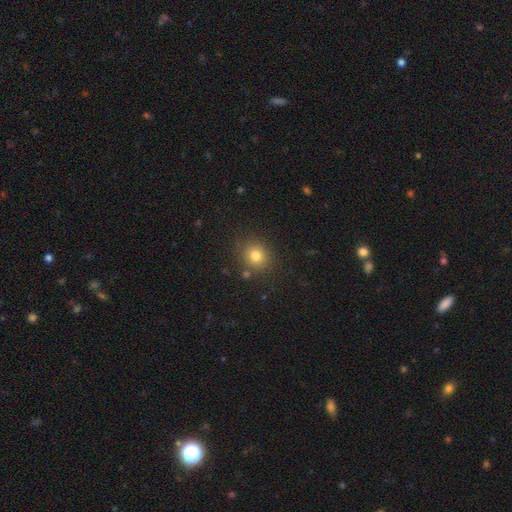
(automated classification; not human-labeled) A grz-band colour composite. It shows a smooth galaxy with no disk features (80%) that is round (83%). Merging: none (83%).